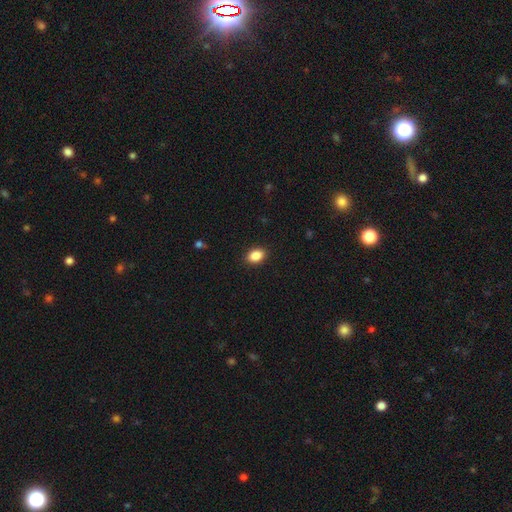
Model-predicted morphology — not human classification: This appears to be a smooth galaxy with no disk features (88%) that is in between round and cigar-shaped (83%). Merging: none (90%).